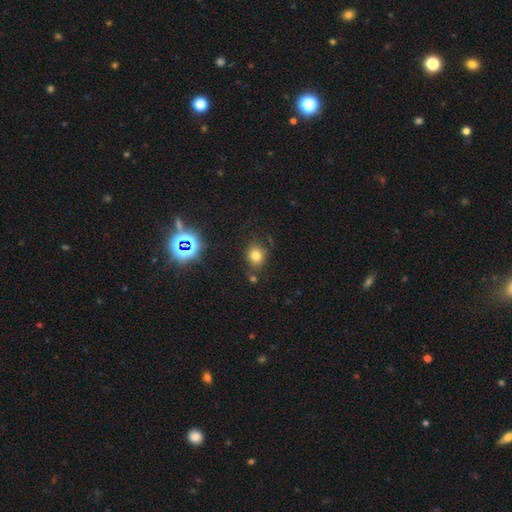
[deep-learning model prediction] Smooth or featured?
  - smooth: 75% *
  - star or artifact: 17%
  - featured or disk: 8%
How rounded?
  - round: 73% *
  - in between: 26%
  - cigar-shaped: 1%
Merging?
  - none: 77% *
  - minor disturbance: 13%
  - merger: 6%
  - major disturbance: 4%